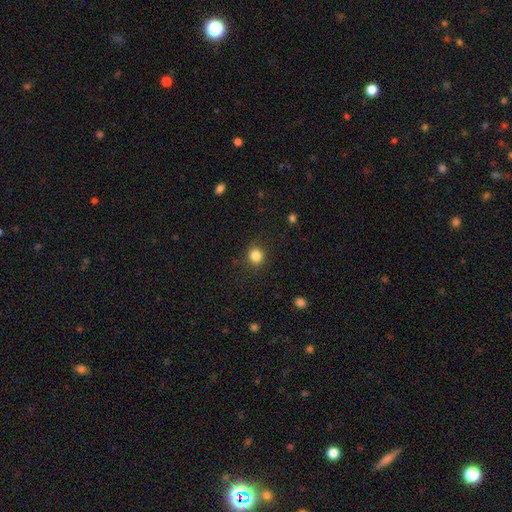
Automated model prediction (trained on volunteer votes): smooth 84%, star or artifact 12%, featured or disk 4%. Down the decision tree: how rounded — round (90%); merging — none (88%).